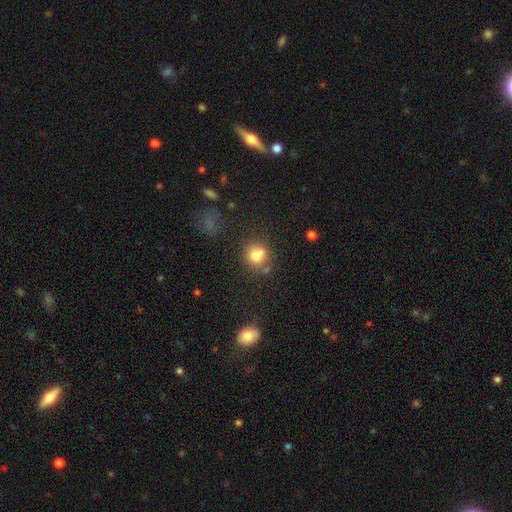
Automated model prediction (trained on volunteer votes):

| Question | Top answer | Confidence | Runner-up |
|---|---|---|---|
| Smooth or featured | smooth | 74% | featured or disk (13%) |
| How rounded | round | 78% | in between (21%) |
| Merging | none | 51% | merger (26%) |